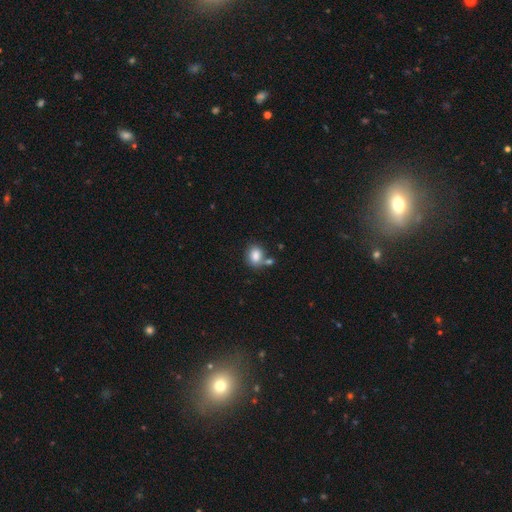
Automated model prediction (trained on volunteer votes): Q: Smooth or featured?
A: smooth (84%); runner-up: star or artifact (9%)
Q: How rounded?
A: in between (57%); runner-up: round (41%)
Q: Merging?
A: none (56%); runner-up: merger (24%)